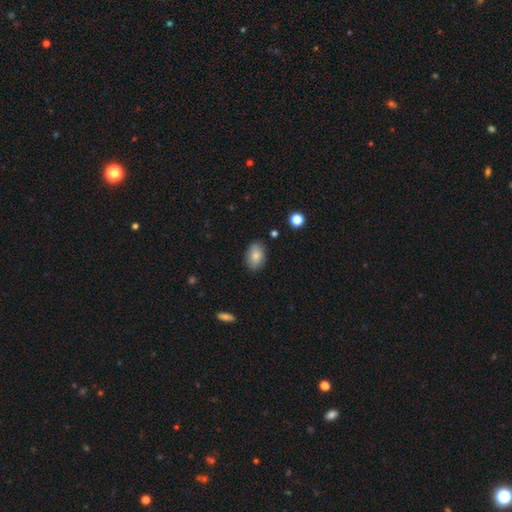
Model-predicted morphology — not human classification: smooth_or_featured: smooth (p=0.81) [alt: featured or disk p=0.11]
how_rounded: in between (p=0.87) [alt: round p=0.11]
merging: none (p=0.83) [alt: minor disturbance p=0.13]